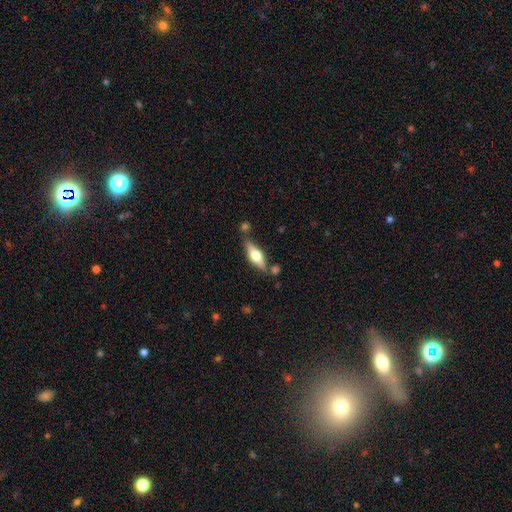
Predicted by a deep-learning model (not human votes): This is possibly a featured or disk galaxy (55%). It is clearly viewed edge-on (91%). Edge-on bulge: clearly rounded (94%). Merging: likely none (74%).